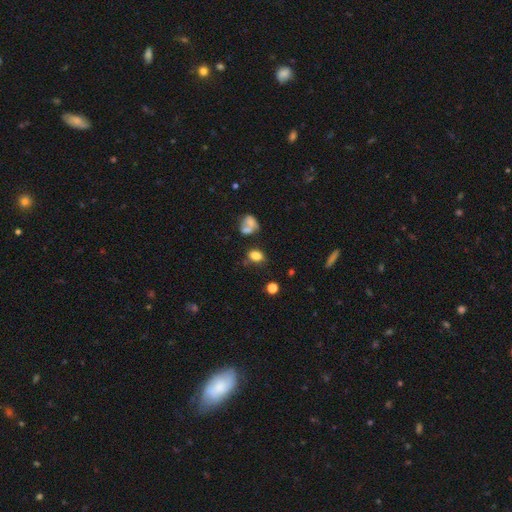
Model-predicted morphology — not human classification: Smooth or featured? Predicted: smooth (p=0.79). How rounded? Predicted: in between (p=0.75). Merging? Predicted: none (p=0.61).